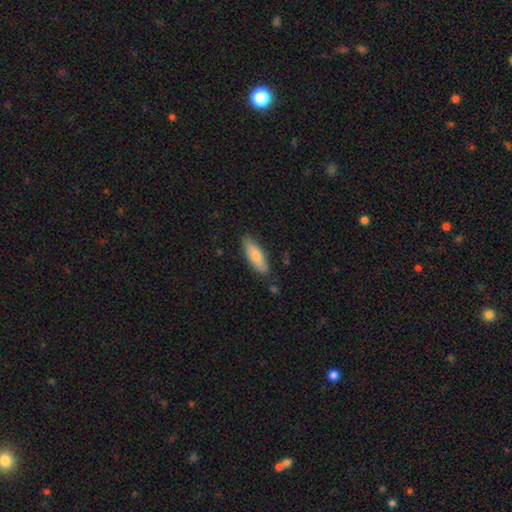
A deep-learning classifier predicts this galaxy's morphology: Smooth or featured? Predicted: smooth (p=0.73). How rounded? Predicted: in between (p=0.54). Merging? Predicted: none (p=0.82).